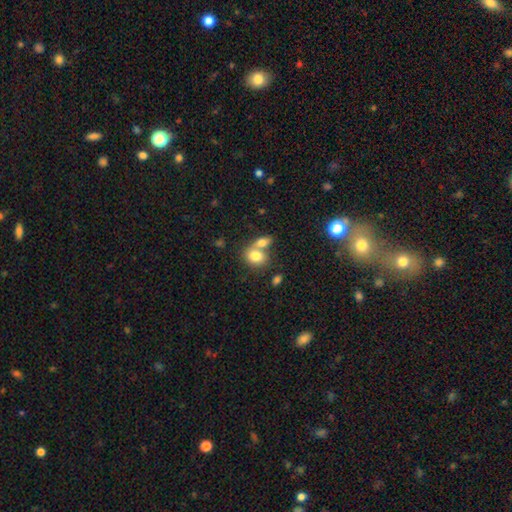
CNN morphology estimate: smooth_or_featured: smooth (p=0.79) [alt: featured or disk p=0.13]
how_rounded: in between (p=0.62) [alt: round p=0.37]
merging: merger (p=0.57) [alt: none p=0.31]